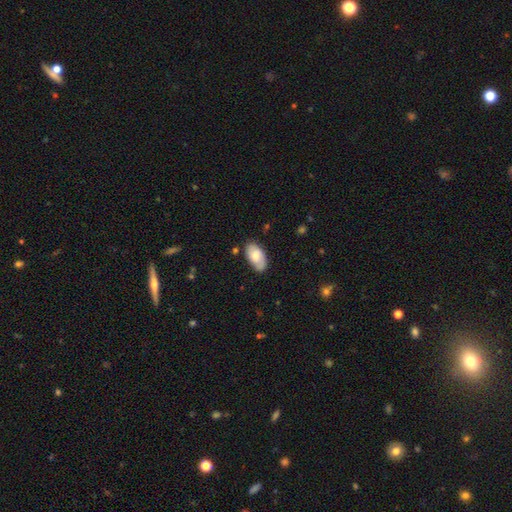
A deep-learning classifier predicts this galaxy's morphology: Smooth or featured?
  - smooth: 73% *
  - featured or disk: 21%
  - star or artifact: 6%
How rounded?
  - in between: 95% *
  - round: 3%
  - cigar-shaped: 2%
Merging?
  - none: 75% *
  - minor disturbance: 20%
  - major disturbance: 3%
  - merger: 2%